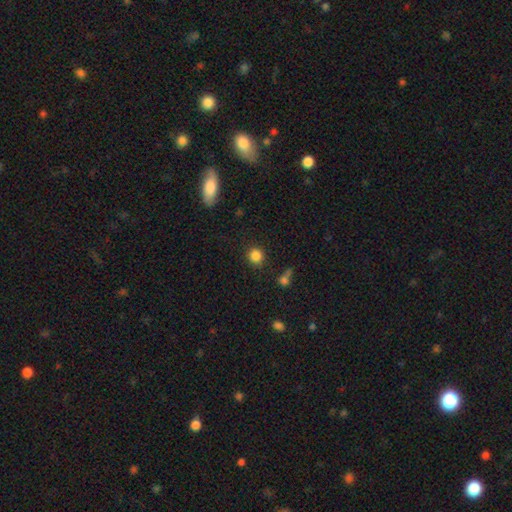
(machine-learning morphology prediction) smooth 84%, star or artifact 12%, featured or disk 4%. Down the decision tree: how rounded — round (88%); merging — none (83%).